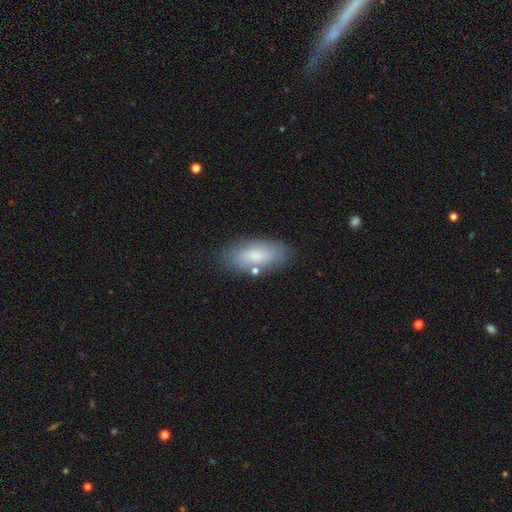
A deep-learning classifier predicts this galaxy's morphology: A smooth galaxy with no disk features (79%) that is in between round and cigar-shaped (89%).

Vote fractions:
- Smooth or featured? smooth: 79% / featured or disk: 14% / star or artifact: 7%
- How rounded? in between: 89% / cigar-shaped: 8% / round: 3%
- Merging? none: 77% / minor disturbance: 15% / merger: 4% / major disturbance: 4%